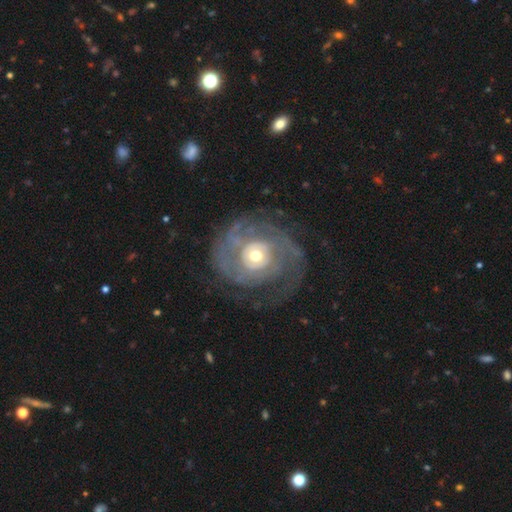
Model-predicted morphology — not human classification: Smooth or featured: featured or disk — 84% (smooth — 10%)
Edge-on disk: no — 97% (yes — 3%)
Bar: no — 78% (weak — 17%)
Spiral arms: yes — 89% (no — 11%)
Spiral winding: tight — 62% (medium — 27%)
Spiral arm count: can't tell — 33% (2 — 30%)
Bulge size: moderate — 63% (small — 26%)
Merging: none — 64% (major disturbance — 18%)